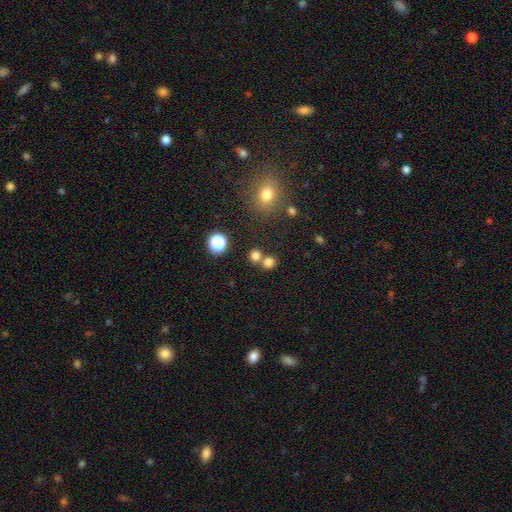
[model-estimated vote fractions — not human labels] This is likely a smooth galaxy (76%). How rounded: clearly round (83%). Merging: possibly none (59%).